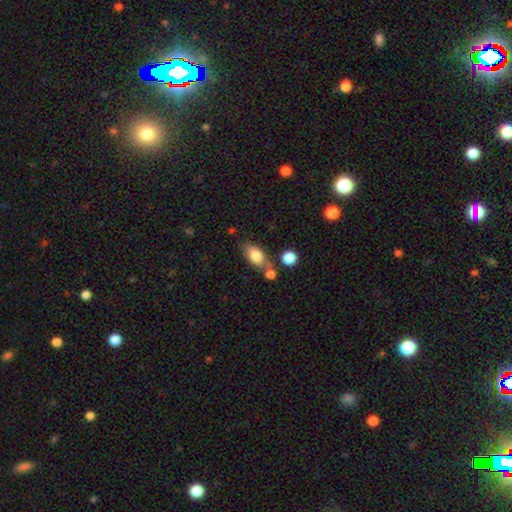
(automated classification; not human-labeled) This is likely a smooth galaxy (77%). How rounded: clearly in between (85%). Merging: possibly none (55%).